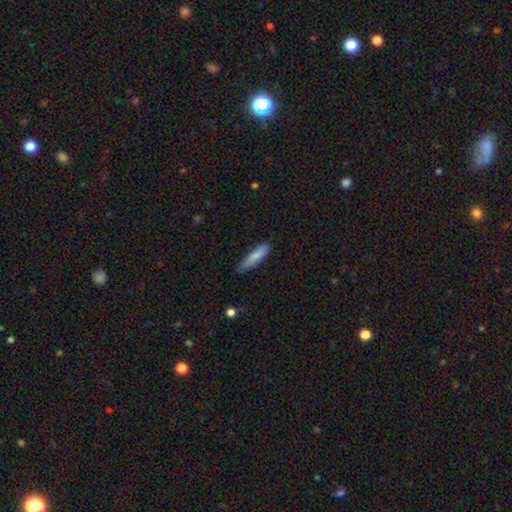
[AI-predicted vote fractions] Overall: smooth (80%). How rounded: cigar-shaped (73%). Merging: none (72%).